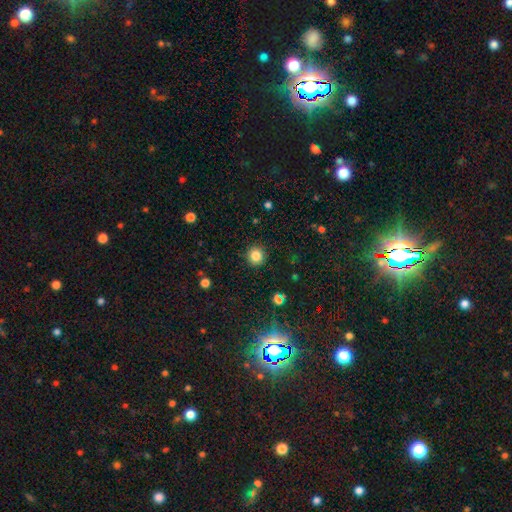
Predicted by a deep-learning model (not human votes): Morphology: type=smooth (83%); roundness=round (93%); merging=none (91%).